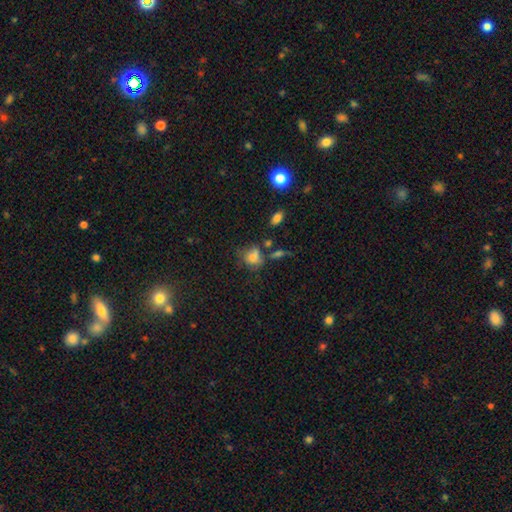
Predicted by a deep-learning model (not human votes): smooth 64%, star or artifact 22%, featured or disk 14%. Down the decision tree: how rounded — round (62%); merging — none (56%).